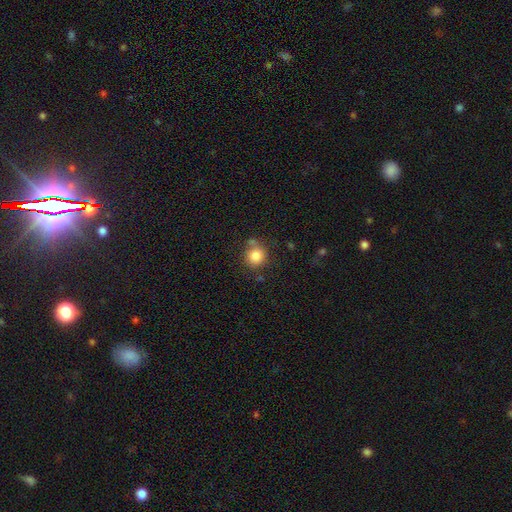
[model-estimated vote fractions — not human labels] A smooth galaxy with no disk features (83%) that is round (89%). Merging: none (71%).